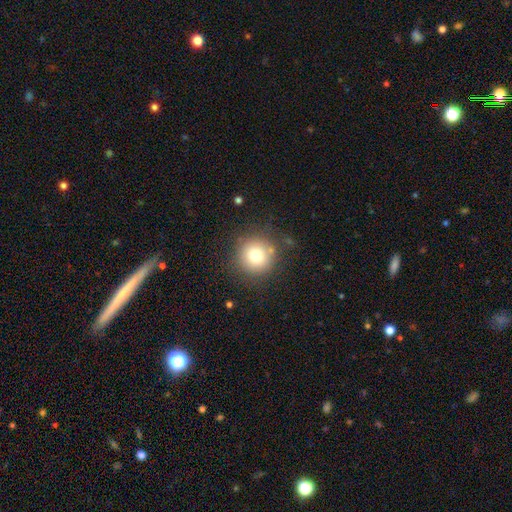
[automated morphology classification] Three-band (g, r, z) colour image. It shows a smooth galaxy with no disk features (74%) that is round (95%). Merging: none (84%).